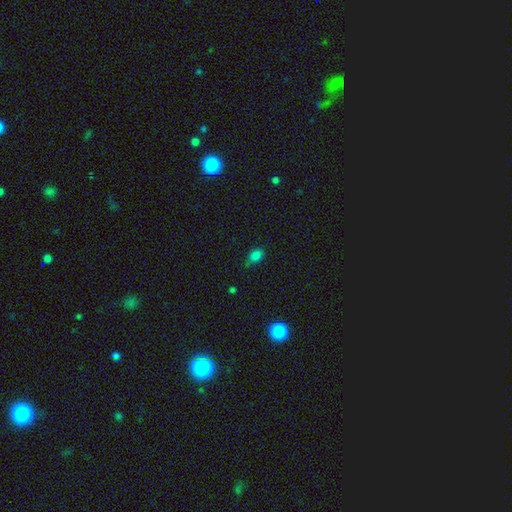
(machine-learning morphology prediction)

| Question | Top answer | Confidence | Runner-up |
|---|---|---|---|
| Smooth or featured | smooth | 79% | star or artifact (16%) |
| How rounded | in between | 74% | round (24%) |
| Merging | none | 69% | minor disturbance (24%) |